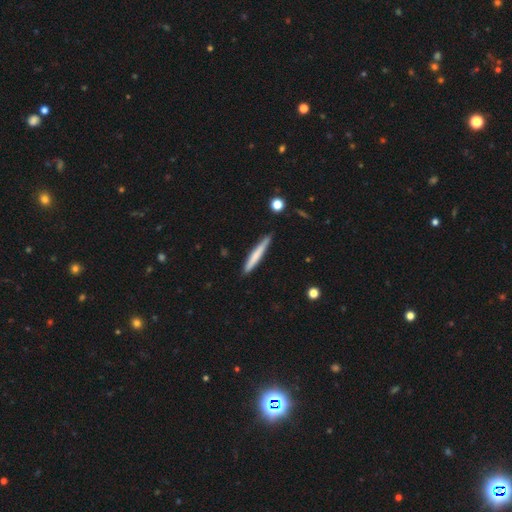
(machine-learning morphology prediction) Overall: smooth (66%; featured or disk 29%). How rounded: cigar-shaped (96%). Merging: none (86%).